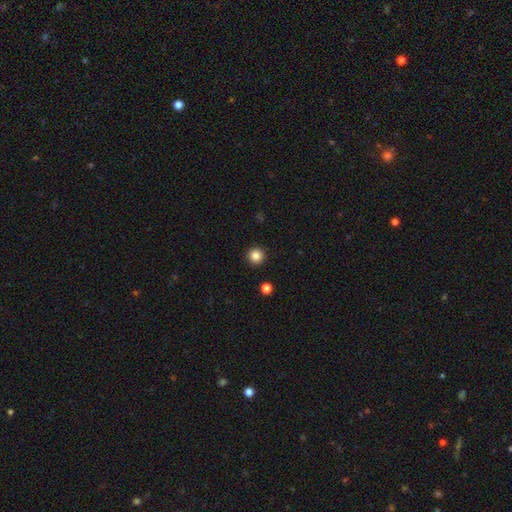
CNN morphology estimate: smooth 84%, star or artifact 11%, featured or disk 5%. Down the decision tree: how rounded — round (96%); merging — none (94%).